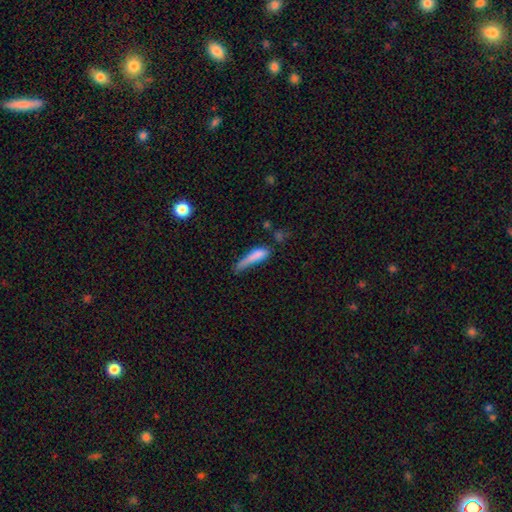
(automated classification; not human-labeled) This appears to be a smooth galaxy with no disk features (74%) that is cigar-shaped (81%). Merging: none (35%).